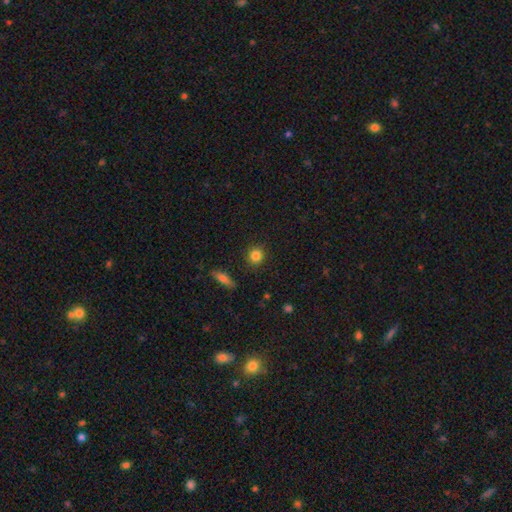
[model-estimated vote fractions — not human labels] This appears to be a smooth galaxy with no disk features (84%) that is round (89%). Merging: none (90%).